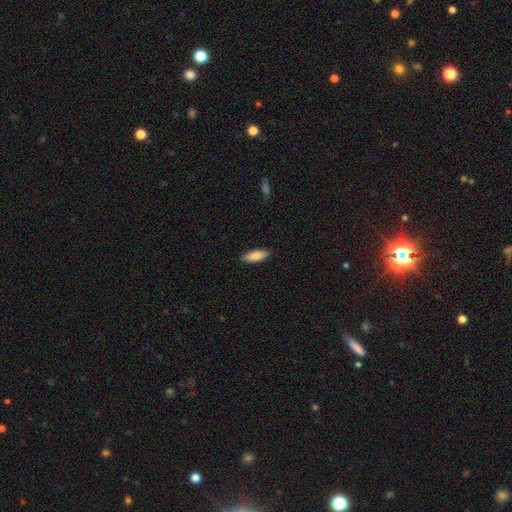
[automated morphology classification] The model was most divided on "how rounded": in between: 69%, cigar-shaped: 29%, round: 2%. More confident: merging — none (88%); smooth or featured — smooth (85%).